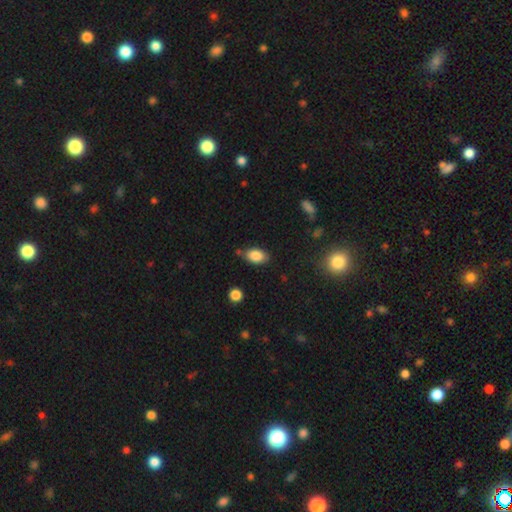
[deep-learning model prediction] smooth_or_featured: smooth (p=0.85) [alt: star or artifact p=0.08]
how_rounded: in between (p=0.90) [alt: round p=0.08]
merging: none (p=0.72) [alt: minor disturbance p=0.19]